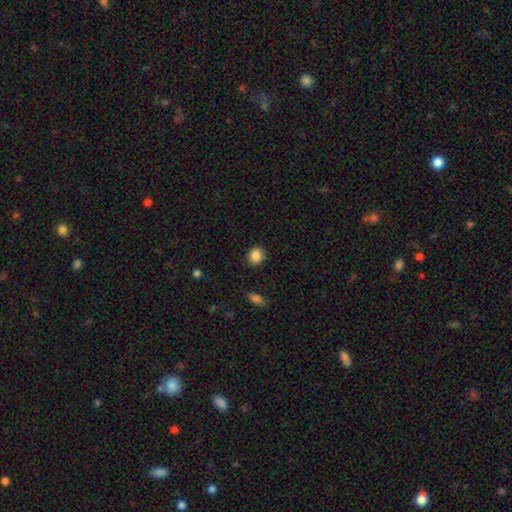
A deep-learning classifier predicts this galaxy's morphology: Smooth or featured?
  - smooth: 87% *
  - star or artifact: 9%
  - featured or disk: 4%
How rounded?
  - round: 64% *
  - in between: 35%
  - cigar-shaped: 1%
Merging?
  - none: 89% *
  - minor disturbance: 7%
  - major disturbance: 2%
  - merger: 1%